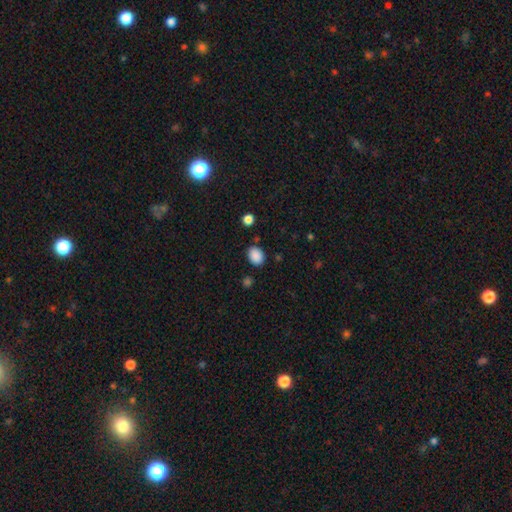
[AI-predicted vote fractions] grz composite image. It shows a smooth galaxy with no disk features (88%) that is in between round and cigar-shaped (67%). Merging: none (82%).